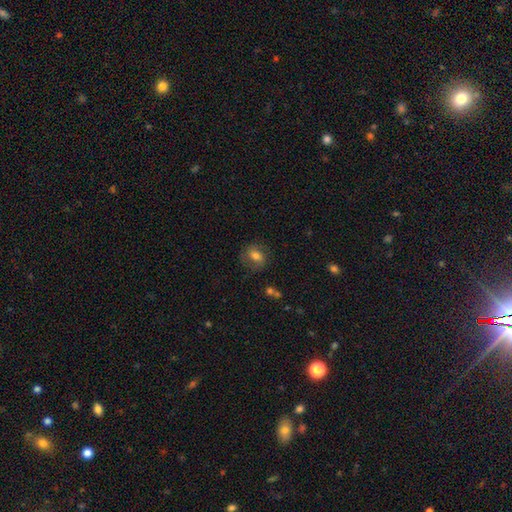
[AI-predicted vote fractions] Smooth or featured? Predicted: smooth (p=0.63). How rounded? Predicted: round (p=0.58). Merging? Predicted: none (p=0.74).